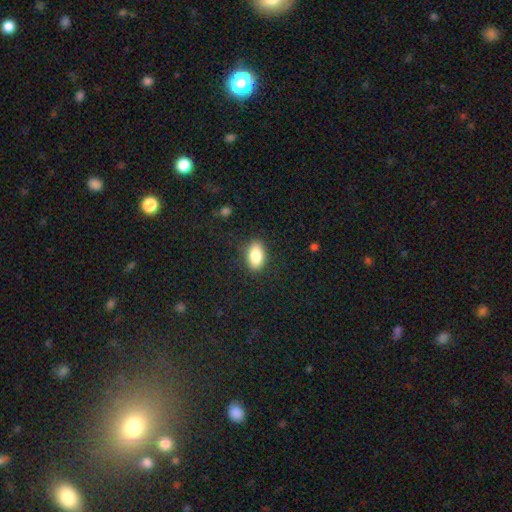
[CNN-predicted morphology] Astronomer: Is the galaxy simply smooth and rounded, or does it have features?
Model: smooth — 84%.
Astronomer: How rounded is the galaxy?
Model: in between — 90%.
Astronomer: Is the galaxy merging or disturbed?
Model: none — 85%.